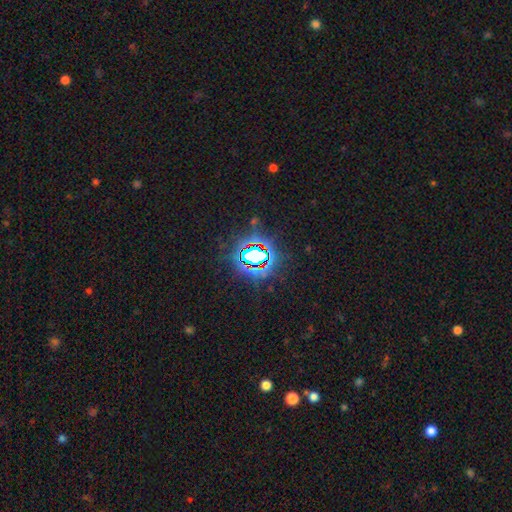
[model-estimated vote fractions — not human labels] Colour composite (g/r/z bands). It shows a star or artifact, not a galaxy (76%).